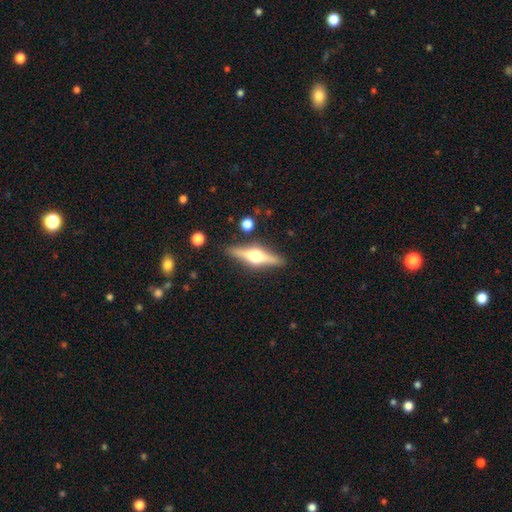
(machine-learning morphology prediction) Q: Smooth or featured?
A: featured or disk (73%); runner-up: smooth (21%)
Q: Edge-on disk?
A: yes (97%); runner-up: no (3%)
Q: Edge-on bulge?
A: rounded (95%); runner-up: boxy (3%)
Q: Merging?
A: none (87%); runner-up: minor disturbance (8%)